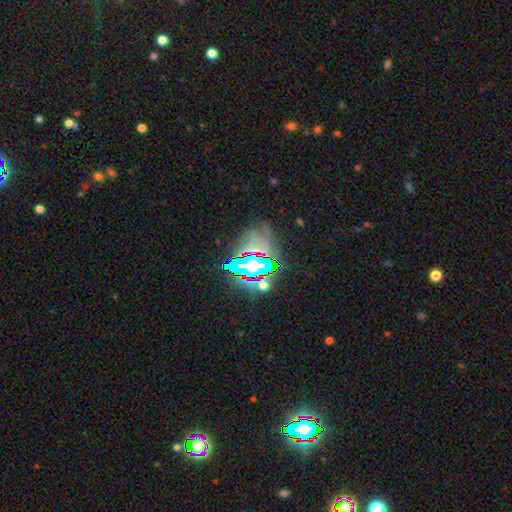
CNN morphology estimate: Smooth or featured?
  - star or artifact: 59% *
  - featured or disk: 24%
  - smooth: 17%